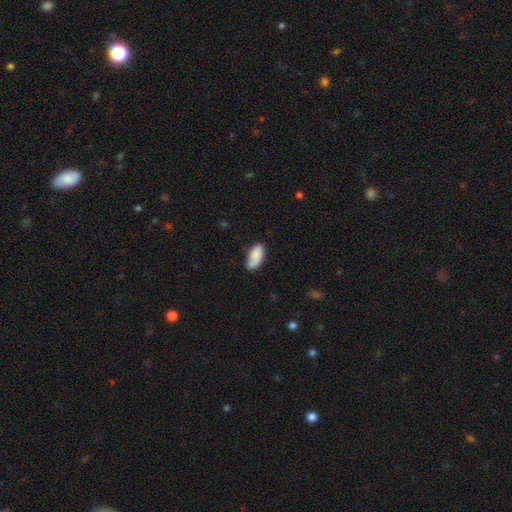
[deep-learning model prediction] smooth-or-featured: smooth: 79% | featured or disk: 15% | star or artifact: 7%
  how-rounded: in between: 93% | cigar-shaped: 5% | round: 2%
  merging: none: 60% | minor disturbance: 29% | major disturbance: 7% | merger: 4%